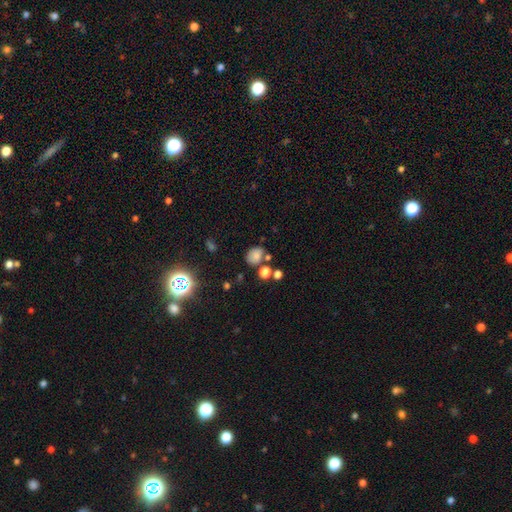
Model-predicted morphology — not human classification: smooth-or-featured: smooth: 73% | star or artifact: 18% | featured or disk: 10%
  how-rounded: round: 55% | in between: 44% | cigar-shaped: 1%
  merging: none: 63% | minor disturbance: 18% | merger: 13% | major disturbance: 6%